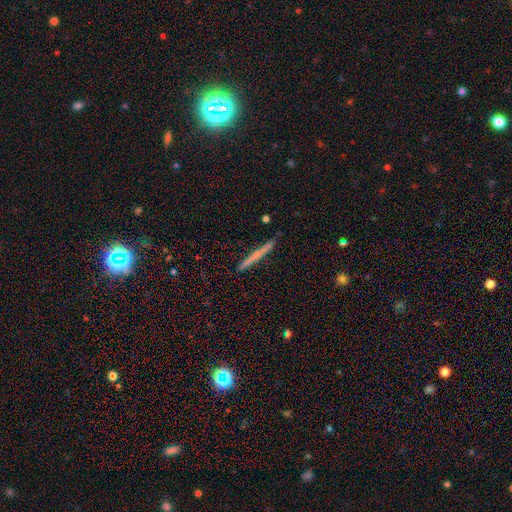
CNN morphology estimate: type=smooth (50%); merging=none (90%).